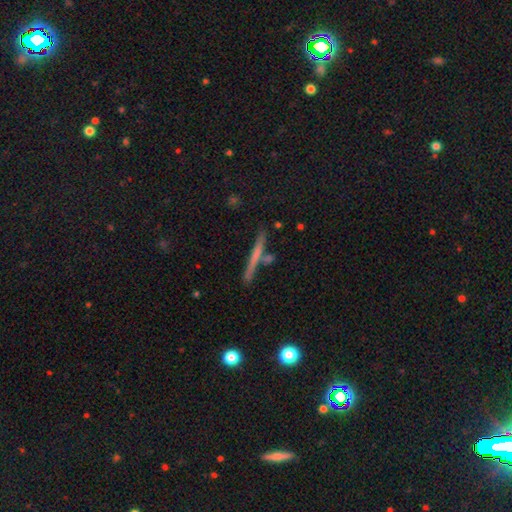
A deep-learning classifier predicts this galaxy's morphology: A smooth galaxy with no disk features (47%).

Vote fractions:
- Smooth or featured? smooth: 47% / featured or disk: 46% / star or artifact: 7%
- Merging? none: 80% / minor disturbance: 10% / merger: 7% / major disturbance: 2%